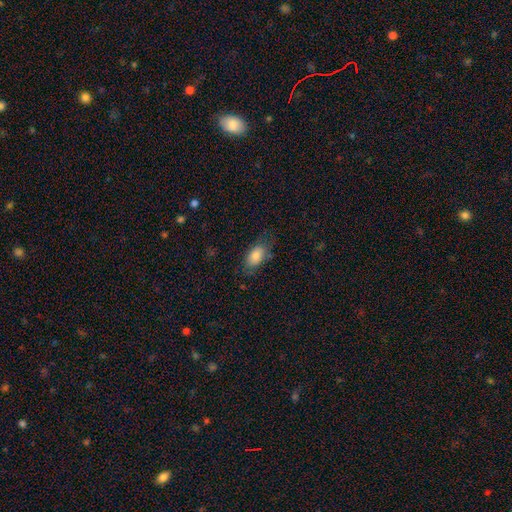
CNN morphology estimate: A smooth galaxy with no disk features (81%) that is in between round and cigar-shaped (91%). Merging: none (71%).